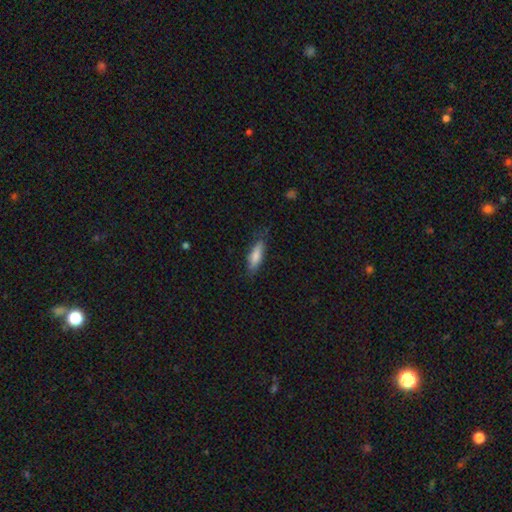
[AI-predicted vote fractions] This is likely a smooth galaxy (79%). How rounded: possibly cigar-shaped (52%). Merging: likely none (75%).